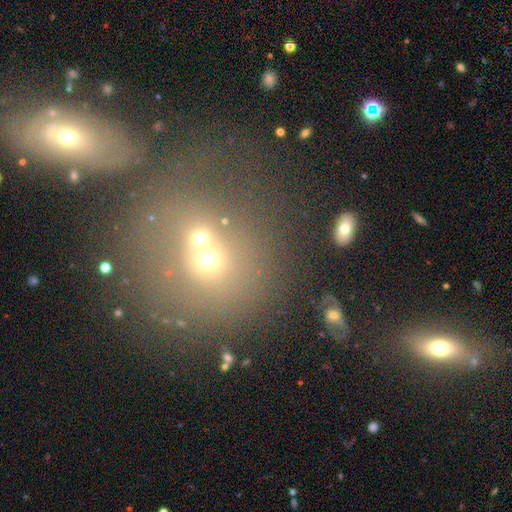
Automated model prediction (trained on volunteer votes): Smooth or featured: smooth — 52% (star or artifact — 27%)
How rounded: round — 81% (in between — 17%)
Merging: merger — 51% (none — 35%)